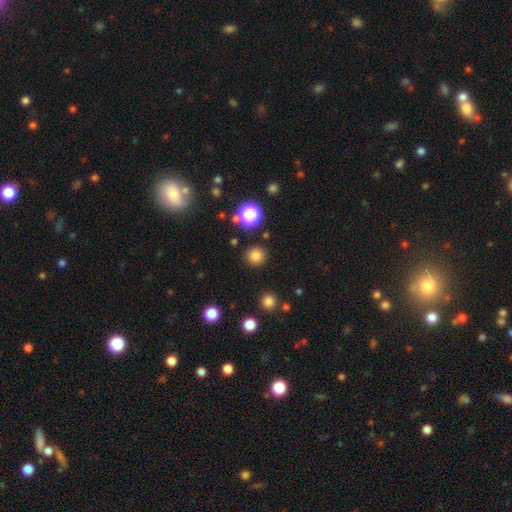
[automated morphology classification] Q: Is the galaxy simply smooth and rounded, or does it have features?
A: smooth — 82%.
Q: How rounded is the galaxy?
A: round — 93%.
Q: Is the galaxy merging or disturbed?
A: none — 89%.